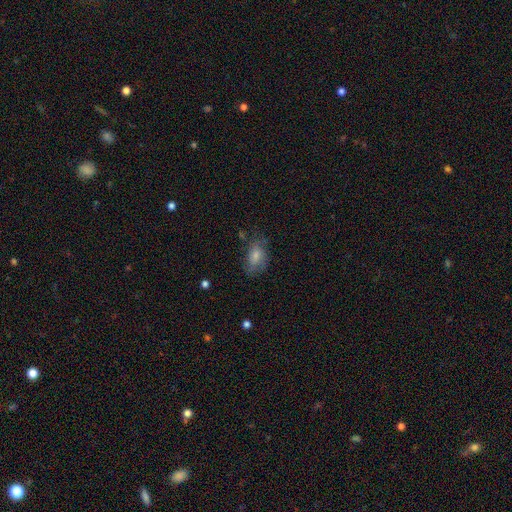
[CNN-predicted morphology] type=smooth (67%); roundness=in between (87%); merging=none (59%).